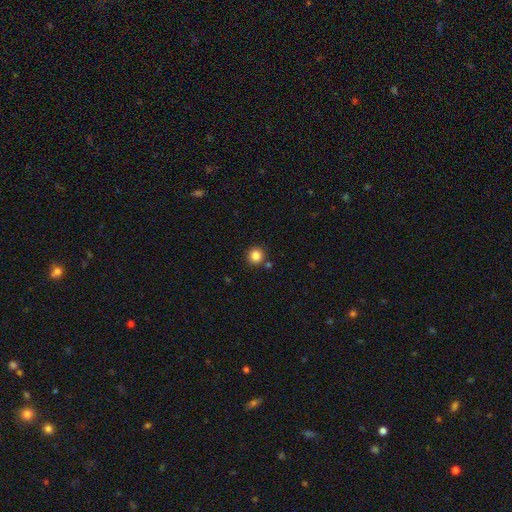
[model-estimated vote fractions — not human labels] Overall: smooth (85%). How rounded: round (93%). Merging: none (85%).